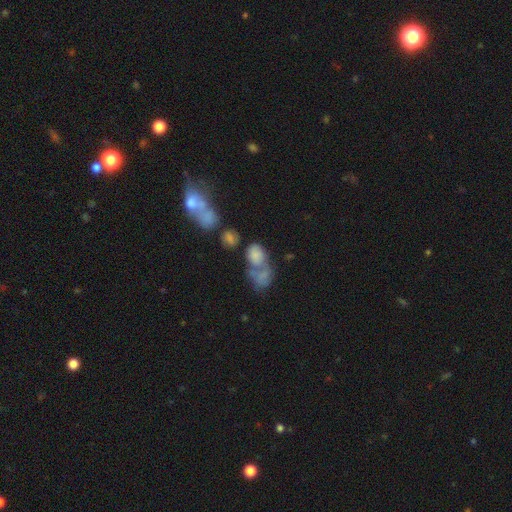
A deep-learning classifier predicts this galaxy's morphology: smooth_or_featured: smooth (p=0.56) [alt: featured or disk p=0.27]
how_rounded: in between (p=0.61) [alt: round p=0.35]
merging: merger (p=0.55) [alt: none p=0.21]